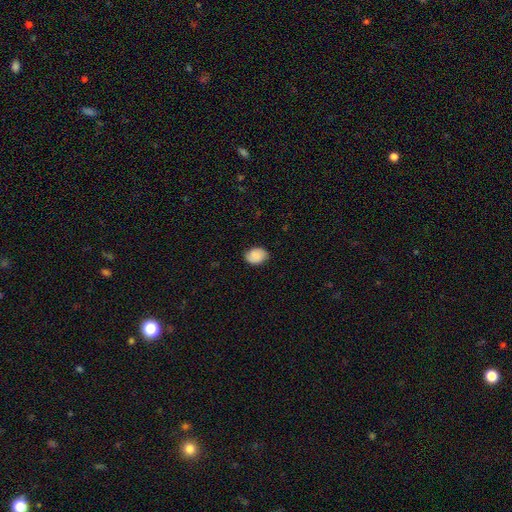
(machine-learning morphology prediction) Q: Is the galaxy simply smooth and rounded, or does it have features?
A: smooth — 84%.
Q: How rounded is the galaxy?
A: in between — 67%.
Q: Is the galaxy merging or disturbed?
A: none — 82%.